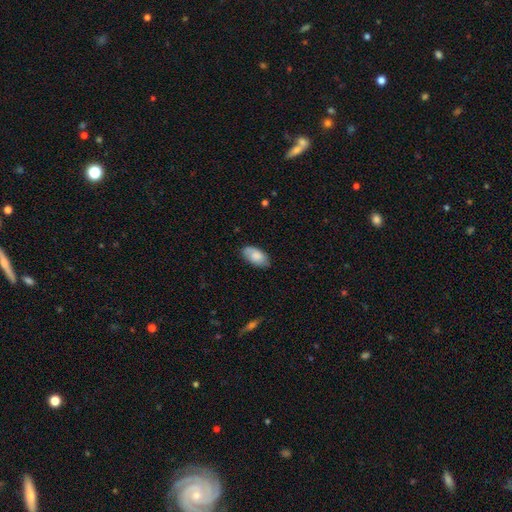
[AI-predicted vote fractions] Morphology: type=smooth (78%); roundness=in between (95%); merging=none (79%).